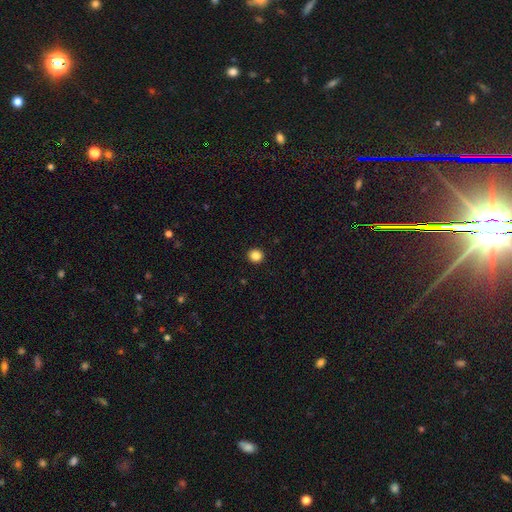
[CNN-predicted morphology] Q: Smooth or featured?
A: smooth (85%); runner-up: star or artifact (11%)
Q: How rounded?
A: round (91%); runner-up: in between (8%)
Q: Merging?
A: none (94%); runner-up: minor disturbance (4%)